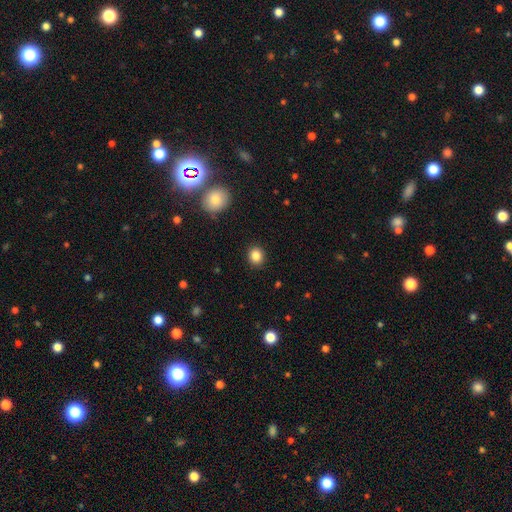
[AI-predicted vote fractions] A smooth galaxy with no disk features (86%) that is round (76%).

Vote fractions:
- Smooth or featured? smooth: 86% / star or artifact: 10% / featured or disk: 4%
- How rounded? round: 76% / in between: 23% / cigar-shaped: 1%
- Merging? none: 91% / minor disturbance: 6% / major disturbance: 2% / merger: 1%